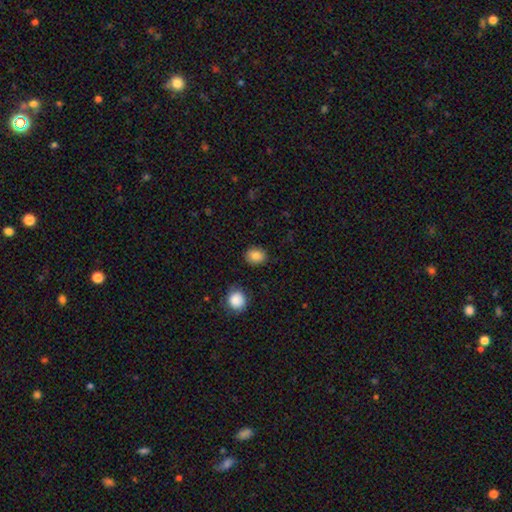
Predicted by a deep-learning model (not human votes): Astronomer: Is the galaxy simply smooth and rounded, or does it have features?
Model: smooth — 84%.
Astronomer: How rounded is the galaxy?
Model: round — 66%.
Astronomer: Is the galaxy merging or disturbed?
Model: none — 87%.